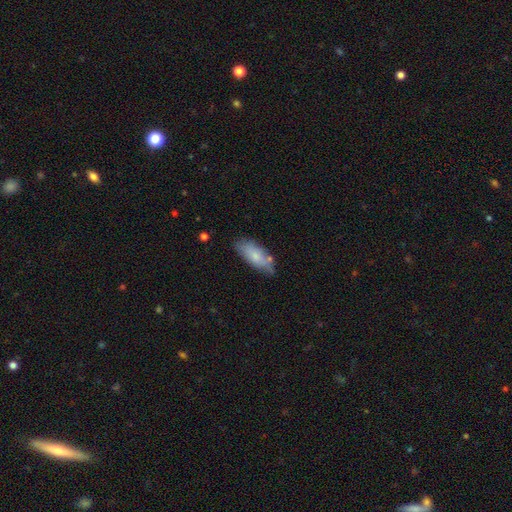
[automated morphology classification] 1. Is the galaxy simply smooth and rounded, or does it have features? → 73% smooth, 21% featured or disk, 6% star or artifact.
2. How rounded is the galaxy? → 76% in between, 22% cigar-shaped, 2% round.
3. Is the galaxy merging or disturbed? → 65% none, 24% minor disturbance, 6% merger, 5% major disturbance.